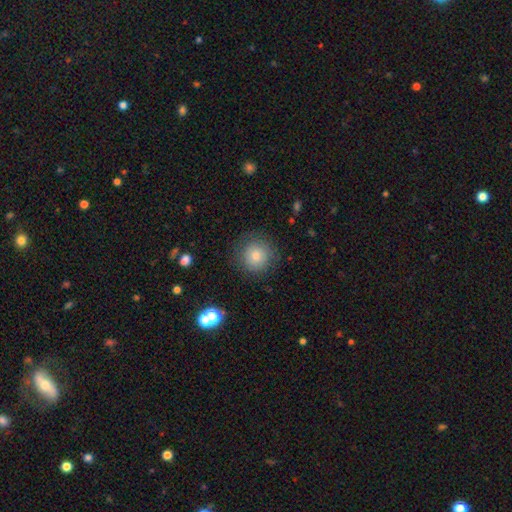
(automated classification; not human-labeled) The model was most divided on "smooth or featured": smooth: 75%, featured or disk: 13%, star or artifact: 12%. More confident: how rounded — round (94%); merging — none (83%).